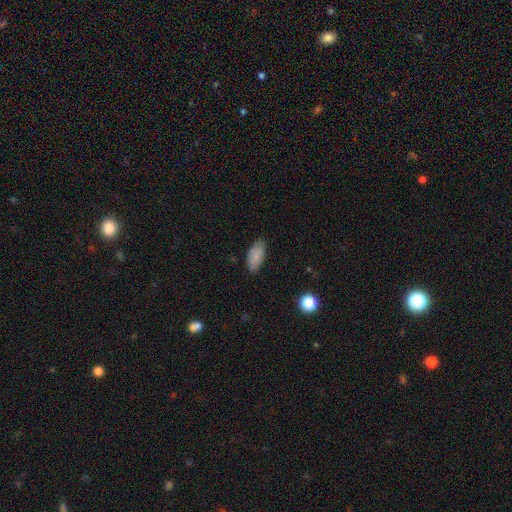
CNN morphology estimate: smooth 83%, featured or disk 10%, star or artifact 7%. Down the decision tree: how rounded — in between (90%); merging — none (80%).